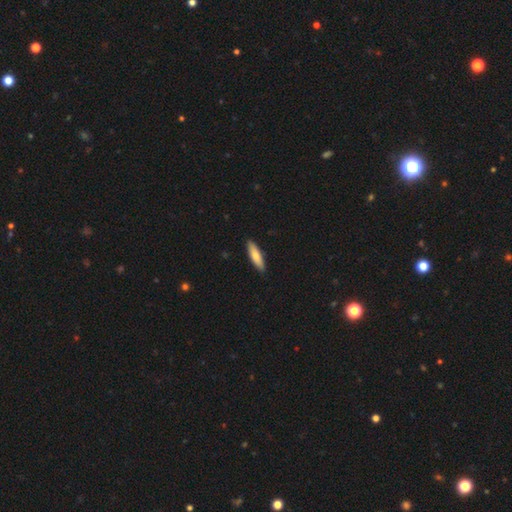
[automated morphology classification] This appears to be a smooth galaxy with no disk features (75%) that is cigar-shaped (69%). Merging: none (90%).